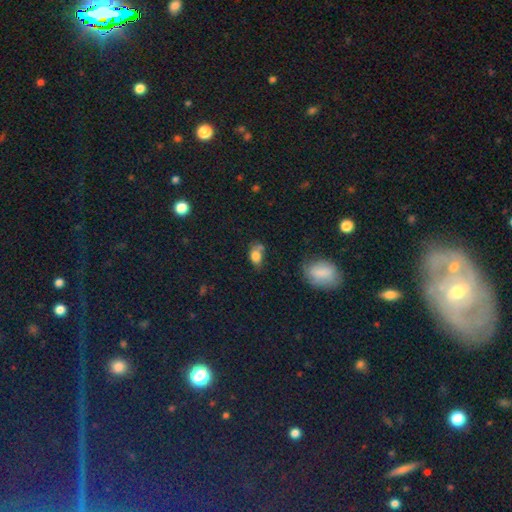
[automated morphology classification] The model was most divided on "merging": none: 44%, minor disturbance: 26%, merger: 21%, major disturbance: 10%. More confident: how rounded — in between (79%); smooth or featured — smooth (77%).